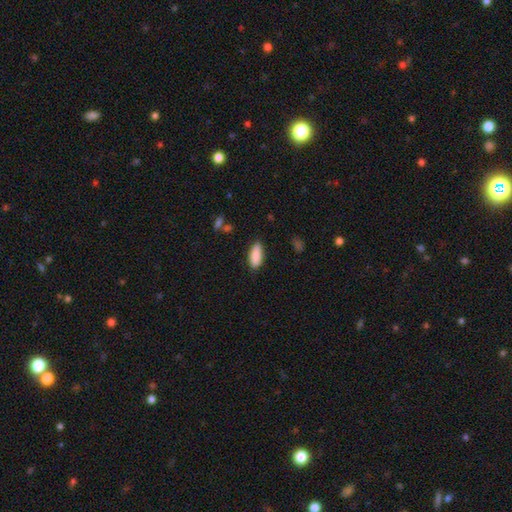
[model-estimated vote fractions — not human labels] Overall: smooth (89%). How rounded: in between (77%). Merging: none (84%).